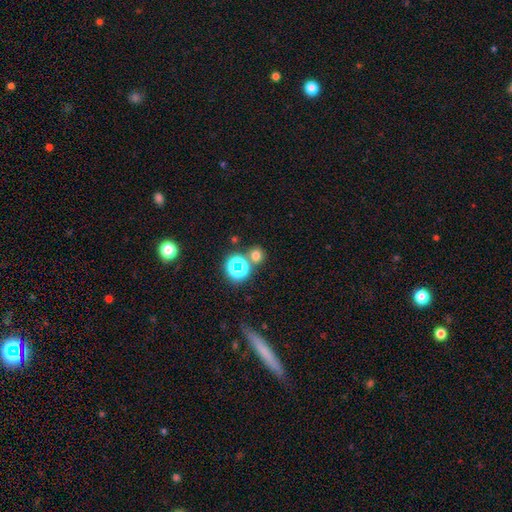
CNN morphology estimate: Smooth or featured?
  - smooth: 64% *
  - star or artifact: 29%
  - featured or disk: 7%
How rounded?
  - round: 84% *
  - in between: 15%
  - cigar-shaped: 1%
Merging?
  - none: 74% *
  - merger: 15%
  - minor disturbance: 8%
  - major disturbance: 3%